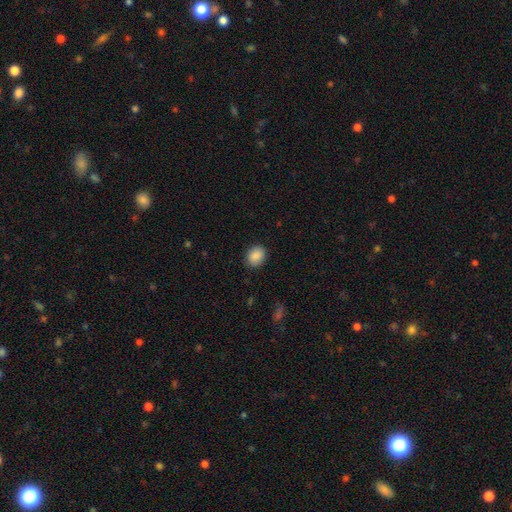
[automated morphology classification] type=smooth (88%); roundness=round (54%); merging=none (87%).